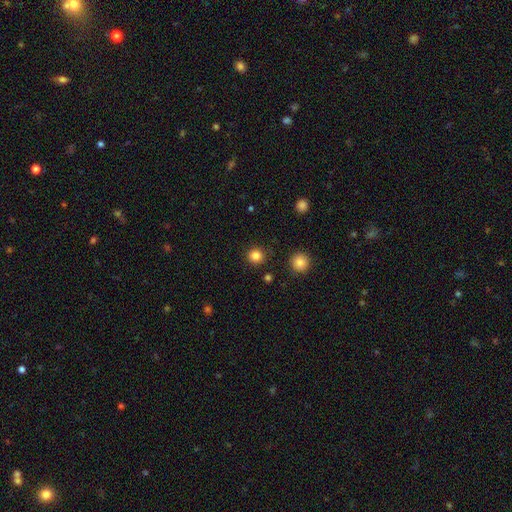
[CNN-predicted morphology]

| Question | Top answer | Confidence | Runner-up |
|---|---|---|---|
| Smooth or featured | smooth | 84% | star or artifact (12%) |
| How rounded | round | 93% | in between (6%) |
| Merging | none | 91% | minor disturbance (6%) |